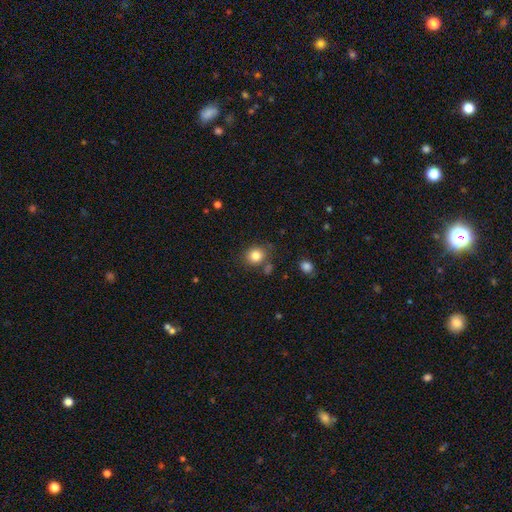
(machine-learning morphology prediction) smooth 82%, star or artifact 11%, featured or disk 7%. Down the decision tree: how rounded — round (78%); merging — none (76%).